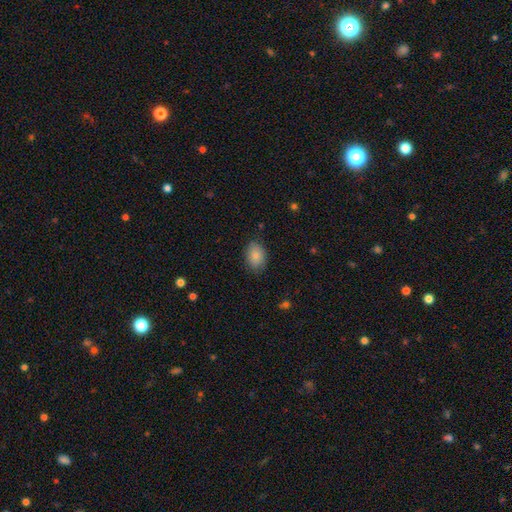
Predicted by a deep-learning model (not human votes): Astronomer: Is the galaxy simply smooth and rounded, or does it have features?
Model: smooth — 85%.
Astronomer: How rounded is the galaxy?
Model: in between — 79%.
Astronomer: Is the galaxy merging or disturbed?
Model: none — 83%.